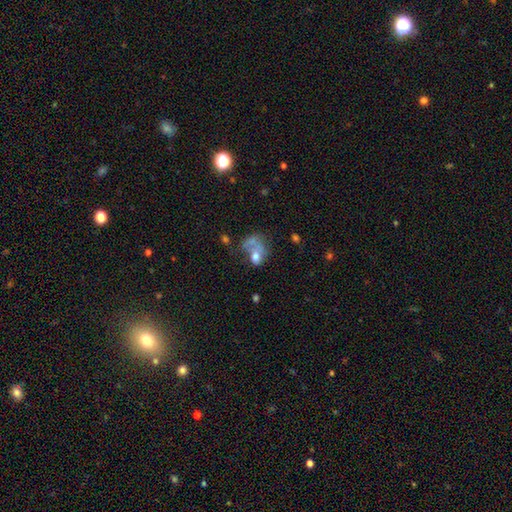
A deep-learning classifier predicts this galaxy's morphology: Overall: smooth (56%; featured or disk 31%). How rounded: in between (67%; round 31%). Merging: merger (36%; major disturbance 33%).